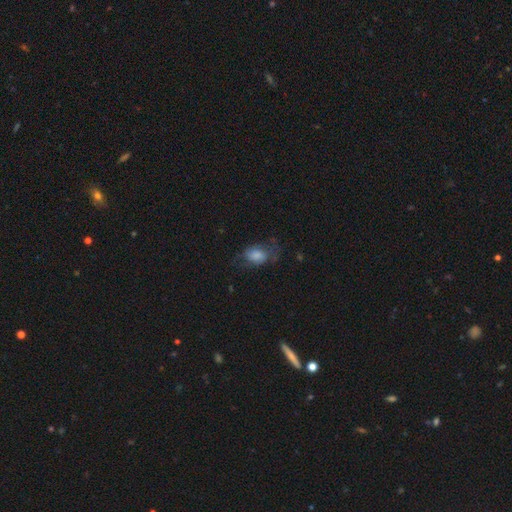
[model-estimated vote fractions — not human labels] smooth_or_featured: smooth (p=0.58) [alt: featured or disk p=0.28]
how_rounded: in between (p=0.75) [alt: round p=0.23]
merging: none (p=0.51) [alt: minor disturbance p=0.24]